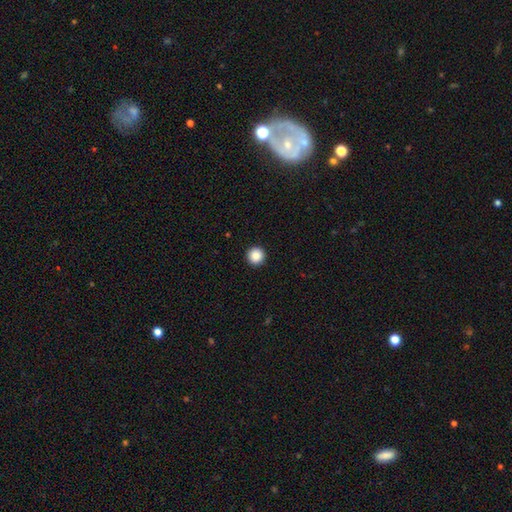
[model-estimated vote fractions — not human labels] Q: Smooth or featured?
A: smooth (87%); runner-up: star or artifact (10%)
Q: How rounded?
A: round (97%); runner-up: in between (2%)
Q: Merging?
A: none (94%); runner-up: minor disturbance (4%)